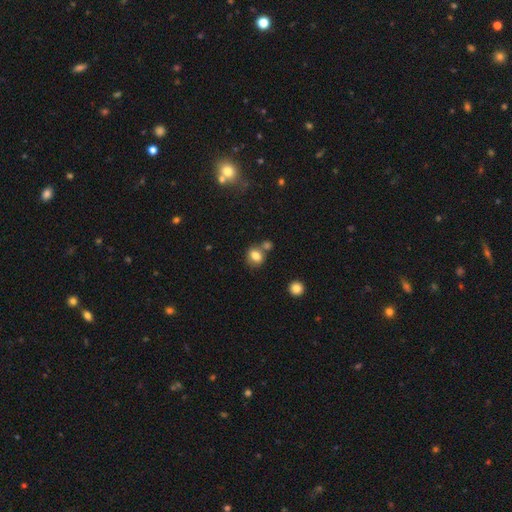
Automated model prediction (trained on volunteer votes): Smooth or featured? Predicted: smooth (p=0.80). How rounded? Predicted: round (p=0.54). Merging? Predicted: none (p=0.60).